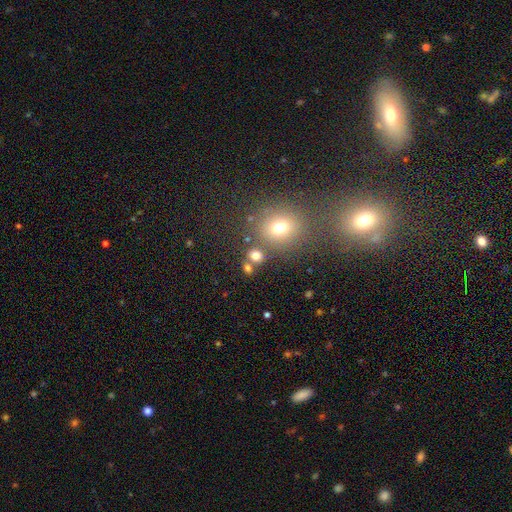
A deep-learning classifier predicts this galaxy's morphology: Q: Smooth or featured?
A: smooth (72%); runner-up: star or artifact (19%)
Q: How rounded?
A: round (71%); runner-up: in between (28%)
Q: Merging?
A: none (65%); runner-up: merger (21%)